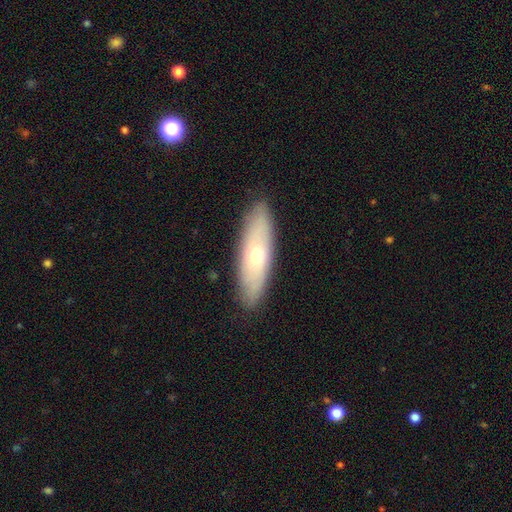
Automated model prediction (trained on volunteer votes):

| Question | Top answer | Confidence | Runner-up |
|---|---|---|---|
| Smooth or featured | smooth | 51% | featured or disk (42%) |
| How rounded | cigar-shaped | 51% | in between (47%) |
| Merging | none | 88% | minor disturbance (9%) |